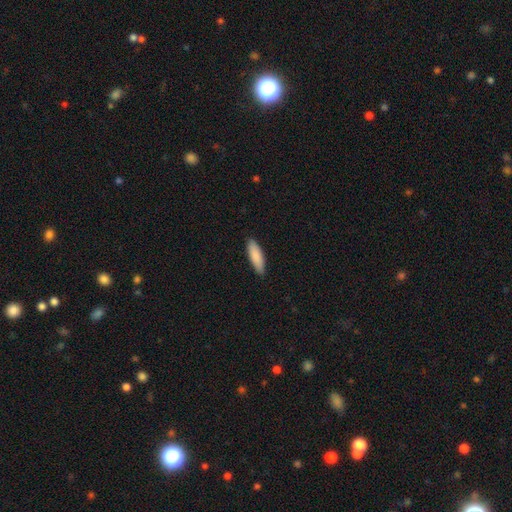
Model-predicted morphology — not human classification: Smooth or featured? Predicted: smooth (p=0.88). How rounded? Predicted: cigar-shaped (p=0.51). Merging? Predicted: none (p=0.87).